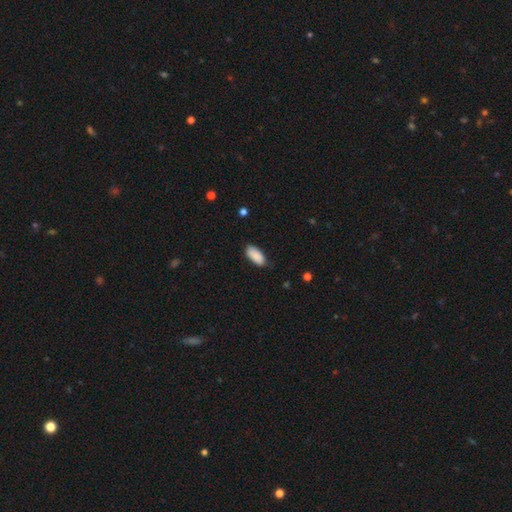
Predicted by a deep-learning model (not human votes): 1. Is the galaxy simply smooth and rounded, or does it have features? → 90% smooth, 6% star or artifact, 4% featured or disk.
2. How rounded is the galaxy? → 90% in between, 8% cigar-shaped, 2% round.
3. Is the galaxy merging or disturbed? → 78% none, 18% minor disturbance, 3% major disturbance, 1% merger.